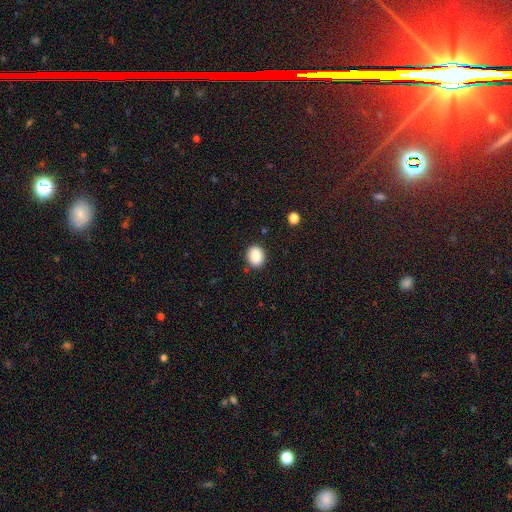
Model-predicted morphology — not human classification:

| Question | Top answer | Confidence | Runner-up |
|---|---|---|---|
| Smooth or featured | smooth | 87% | star or artifact (8%) |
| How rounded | round | 50% | in between (49%) |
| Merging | none | 87% | minor disturbance (9%) |